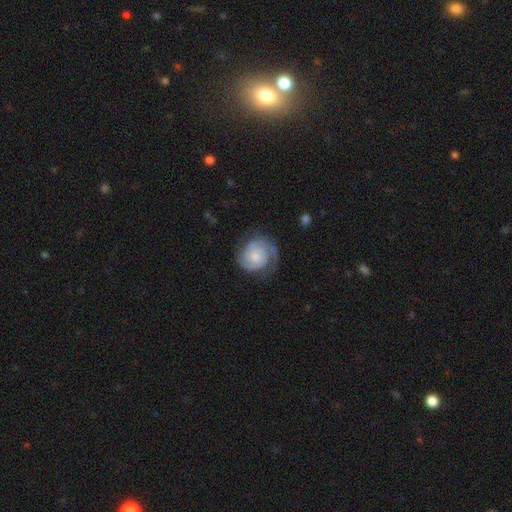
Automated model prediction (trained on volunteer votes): Q: Smooth or featured?
A: featured or disk (74%); runner-up: smooth (20%)
Q: Edge-on disk?
A: no (98%); runner-up: yes (2%)
Q: Bar?
A: no (74%); runner-up: weak (23%)
Q: Spiral arms?
A: yes (95%); runner-up: no (5%)
Q: Spiral winding?
A: tight (55%); runner-up: medium (33%)
Q: Spiral arm count?
A: 2 (57%); runner-up: can't tell (15%)
Q: Bulge size?
A: small (45%); runner-up: moderate (37%)
Q: Merging?
A: none (64%); runner-up: minor disturbance (21%)